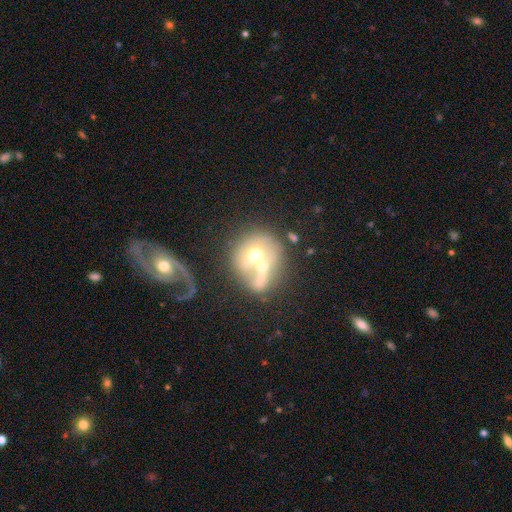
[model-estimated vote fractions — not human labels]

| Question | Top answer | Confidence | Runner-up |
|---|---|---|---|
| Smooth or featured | featured or disk | 46% | smooth (44%) |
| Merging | merger | 65% | none (18%) |